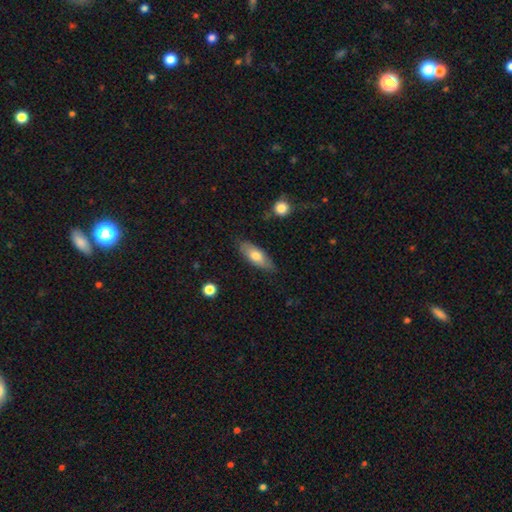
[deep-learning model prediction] This appears to be a smooth galaxy with no disk features (70%) that is in between round and cigar-shaped (73%). Merging: none (81%).